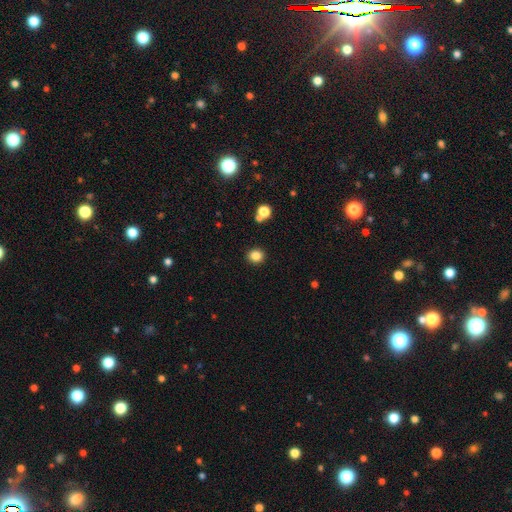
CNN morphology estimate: Smooth or featured?
  - smooth: 84% *
  - star or artifact: 11%
  - featured or disk: 4%
How rounded?
  - round: 85% *
  - in between: 14%
  - cigar-shaped: 1%
Merging?
  - none: 90% *
  - minor disturbance: 6%
  - merger: 2%
  - major disturbance: 2%